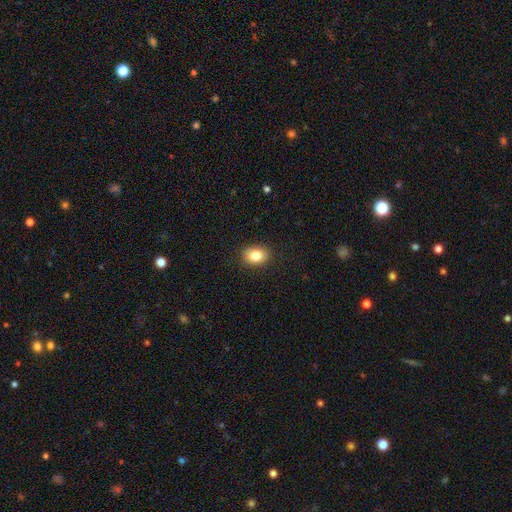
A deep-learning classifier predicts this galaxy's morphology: Smooth or featured?
  - smooth: 83% *
  - star or artifact: 9%
  - featured or disk: 7%
How rounded?
  - in between: 64% *
  - round: 34%
  - cigar-shaped: 1%
Merging?
  - none: 89% *
  - minor disturbance: 8%
  - major disturbance: 2%
  - merger: 1%